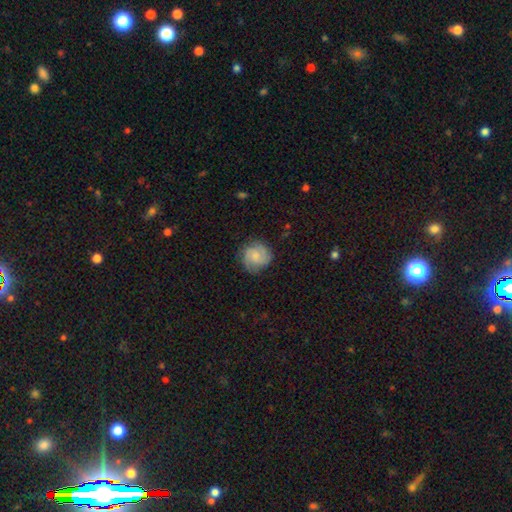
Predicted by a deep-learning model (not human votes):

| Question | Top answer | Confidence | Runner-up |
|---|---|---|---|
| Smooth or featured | featured or disk | 48% | smooth (45%) |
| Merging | none | 78% | minor disturbance (16%) |